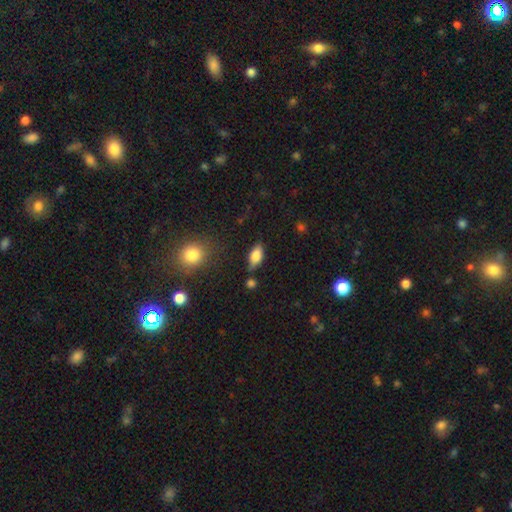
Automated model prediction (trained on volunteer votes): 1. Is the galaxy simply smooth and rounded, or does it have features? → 81% smooth, 11% featured or disk, 8% star or artifact.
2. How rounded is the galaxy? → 87% in between, 8% cigar-shaped, 4% round.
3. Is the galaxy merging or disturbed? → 70% none, 20% minor disturbance, 5% merger, 5% major disturbance.